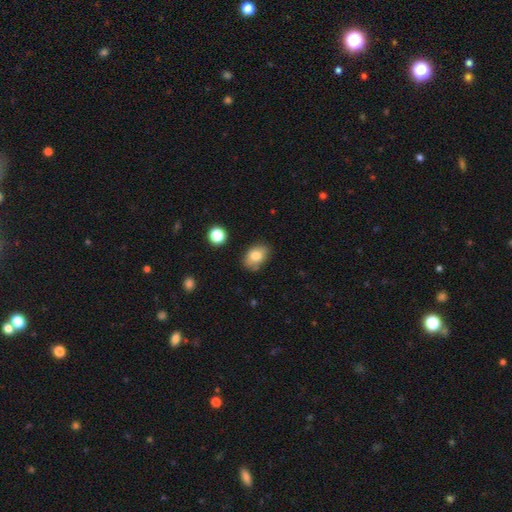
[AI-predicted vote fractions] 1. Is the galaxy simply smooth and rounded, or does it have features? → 78% smooth, 14% featured or disk, 8% star or artifact.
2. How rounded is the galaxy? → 83% in between, 16% round, 1% cigar-shaped.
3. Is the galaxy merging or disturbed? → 71% none, 21% minor disturbance, 4% major disturbance, 3% merger.